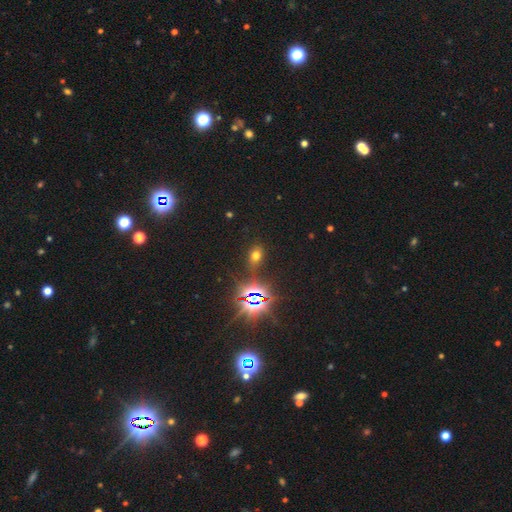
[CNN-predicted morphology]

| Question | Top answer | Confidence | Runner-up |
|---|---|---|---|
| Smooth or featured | smooth | 55% | star or artifact (37%) |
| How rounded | in between | 68% | round (30%) |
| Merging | none | 82% | minor disturbance (11%) |